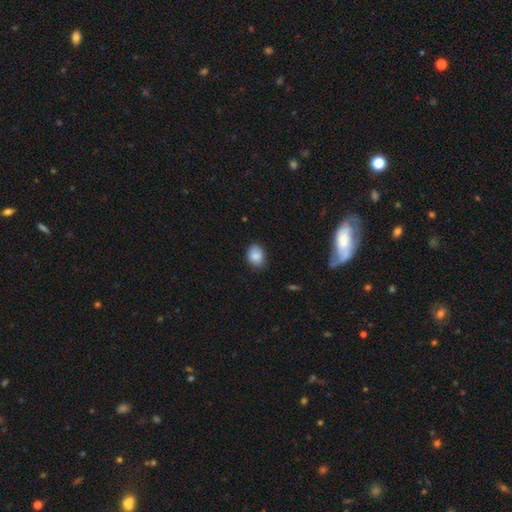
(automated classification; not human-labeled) Smooth or featured: smooth — 86% (star or artifact — 8%)
How rounded: in between — 64% (round — 35%)
Merging: none — 76% (minor disturbance — 20%)